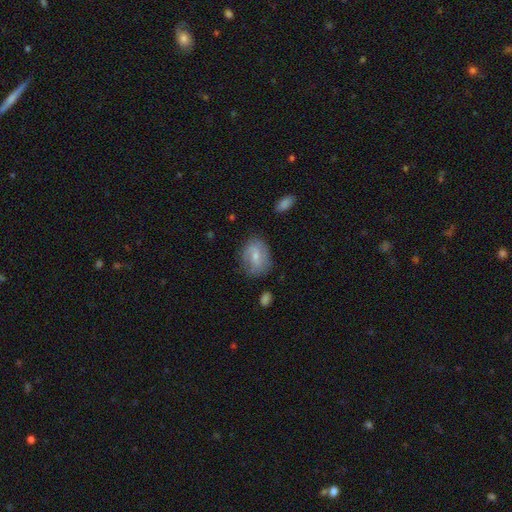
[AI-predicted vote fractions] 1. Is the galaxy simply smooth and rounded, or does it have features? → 50% featured or disk, 42% smooth, 7% star or artifact.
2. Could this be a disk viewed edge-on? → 95% no, 5% yes.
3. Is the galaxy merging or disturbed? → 66% none, 23% minor disturbance, 9% major disturbance, 2% merger.